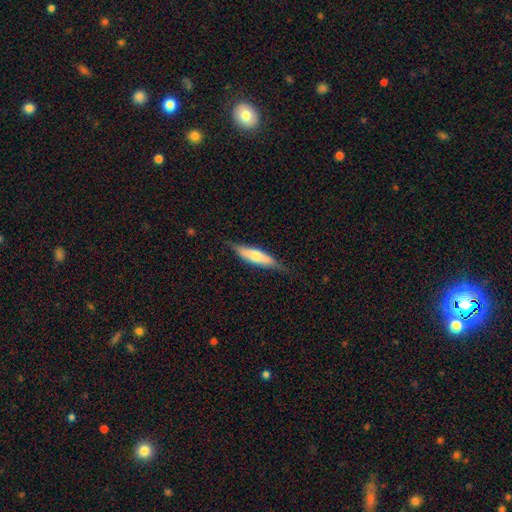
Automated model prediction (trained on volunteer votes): Overall: smooth (58%; featured or disk 36%). How rounded: cigar-shaped (64%; in between 34%). Merging: none (74%).